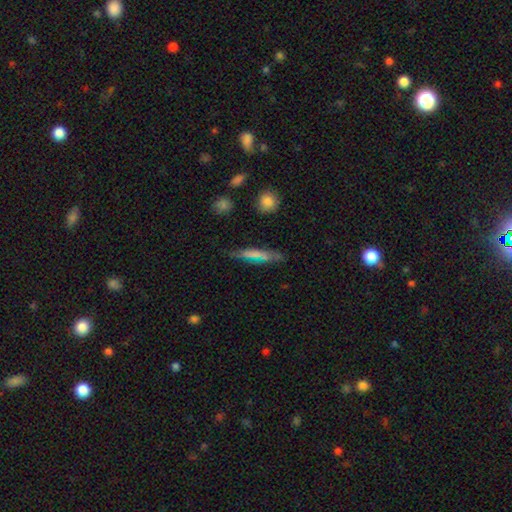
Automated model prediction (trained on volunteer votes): A smooth galaxy with no disk features (59%) that is cigar-shaped (80%).

Vote fractions:
- Smooth or featured? smooth: 59% / featured or disk: 31% / star or artifact: 10%
- How rounded? cigar-shaped: 80% / in between: 17% / round: 3%
- Merging? none: 75% / minor disturbance: 18% / major disturbance: 5% / merger: 3%